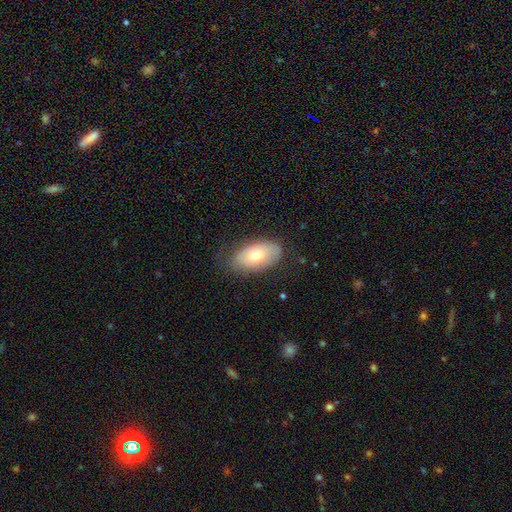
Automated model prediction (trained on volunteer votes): A smooth galaxy with no disk features (66%) that is in between round and cigar-shaped (93%).

Vote fractions:
- Smooth or featured? smooth: 66% / featured or disk: 27% / star or artifact: 7%
- How rounded? in between: 93% / round: 5% / cigar-shaped: 2%
- Merging? none: 71% / minor disturbance: 22% / major disturbance: 6% / merger: 1%